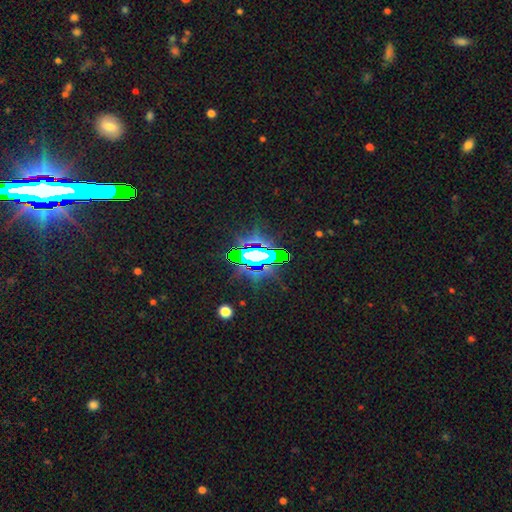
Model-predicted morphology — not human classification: Smooth or featured? star or artifact (71%)